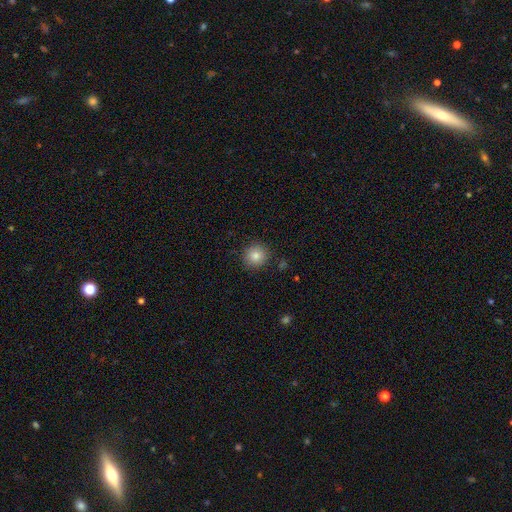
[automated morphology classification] Q: Smooth or featured?
A: smooth (84%); runner-up: star or artifact (10%)
Q: How rounded?
A: round (92%); runner-up: in between (7%)
Q: Merging?
A: none (89%); runner-up: minor disturbance (8%)